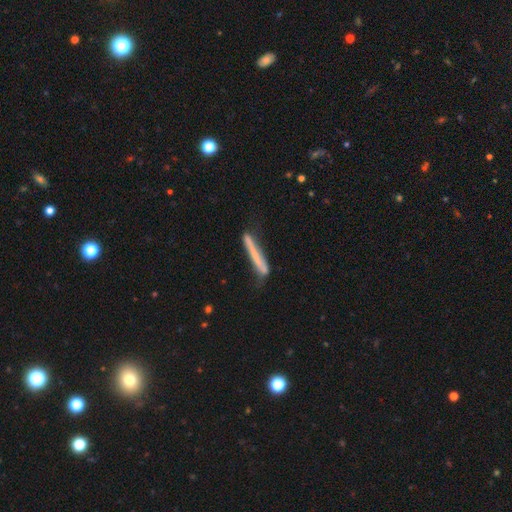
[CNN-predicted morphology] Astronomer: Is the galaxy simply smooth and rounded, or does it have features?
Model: smooth — 55% (runner-up: featured or disk, 38%).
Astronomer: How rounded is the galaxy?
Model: cigar-shaped — 96%.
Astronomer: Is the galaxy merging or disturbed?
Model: none — 62%.